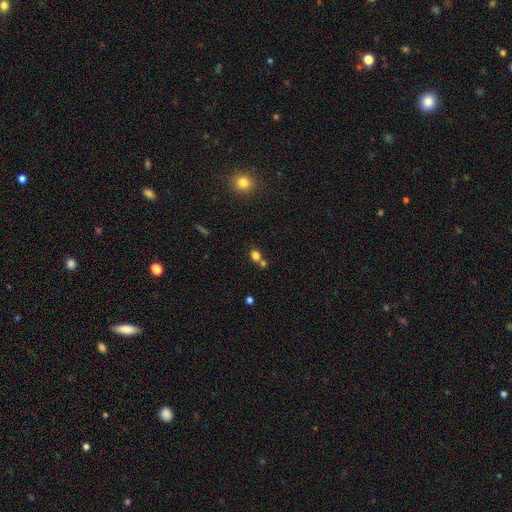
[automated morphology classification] smooth_or_featured: smooth (p=0.76) [alt: star or artifact p=0.17]
how_rounded: round (p=0.57) [alt: in between p=0.41]
merging: none (p=0.55) [alt: merger p=0.31]